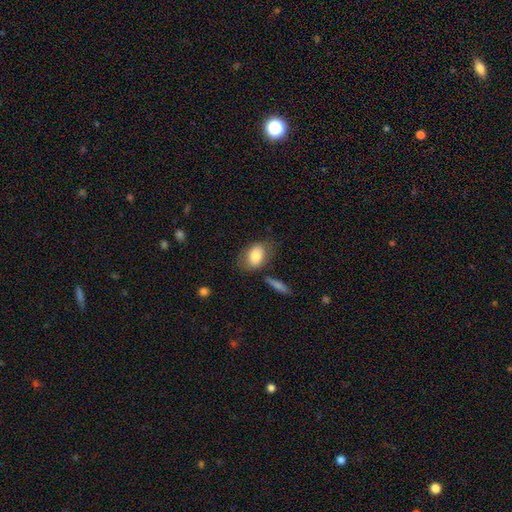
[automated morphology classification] Q: Smooth or featured?
A: smooth (80%); runner-up: featured or disk (13%)
Q: How rounded?
A: in between (85%); runner-up: round (13%)
Q: Merging?
A: none (63%); runner-up: minor disturbance (21%)